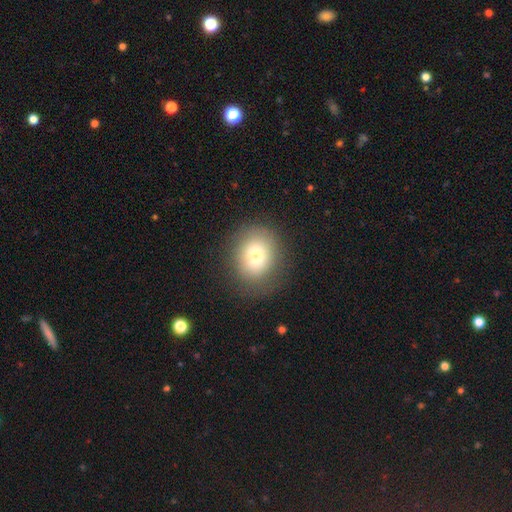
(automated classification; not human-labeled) smooth_or_featured: smooth (p=0.76) [alt: featured or disk p=0.14]
how_rounded: round (p=0.69) [alt: in between p=0.30]
merging: none (p=0.73) [alt: minor disturbance p=0.17]